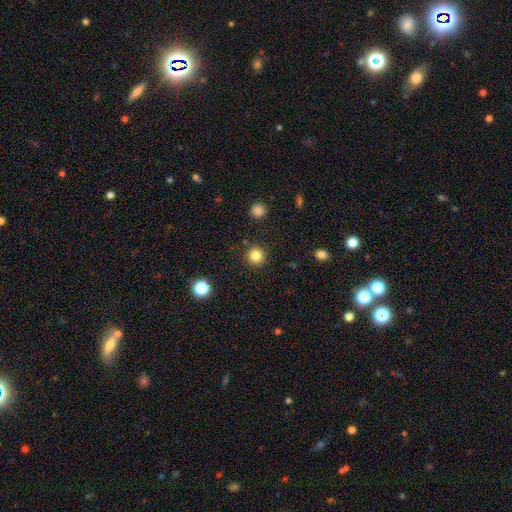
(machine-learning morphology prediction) Smooth or featured: smooth — 83% (star or artifact — 12%)
How rounded: round — 95% (in between — 4%)
Merging: none — 91% (minor disturbance — 5%)